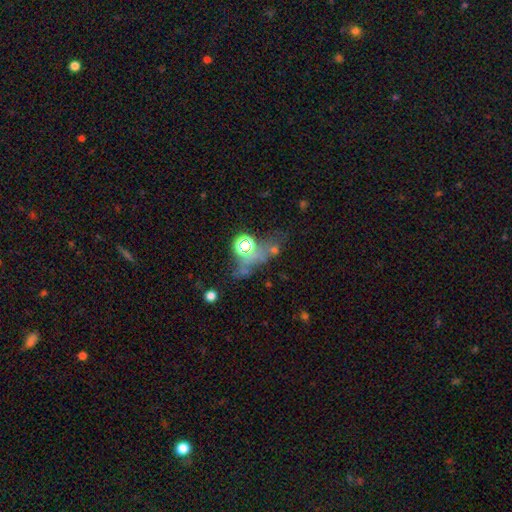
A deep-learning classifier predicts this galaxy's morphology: Smooth or featured?
  - star or artifact: 39% *
  - smooth: 36%
  - featured or disk: 25%